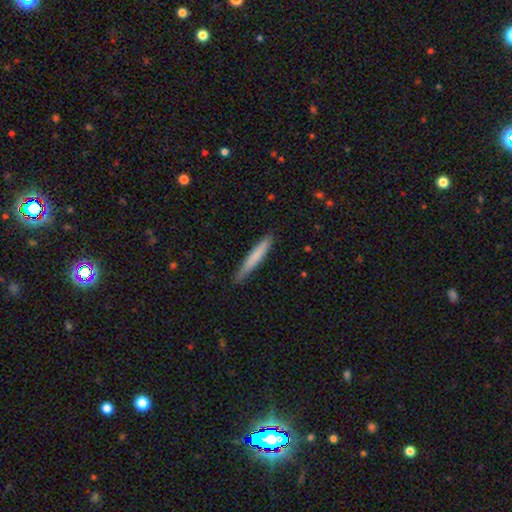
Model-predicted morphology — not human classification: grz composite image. It shows a smooth galaxy with no disk features (72%) that is cigar-shaped (95%). Merging: none (84%).